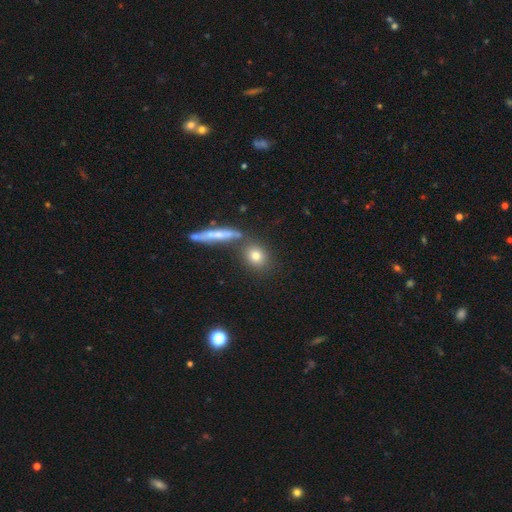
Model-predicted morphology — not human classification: type=smooth (76%); roundness=round (65%); merging=none (73%).